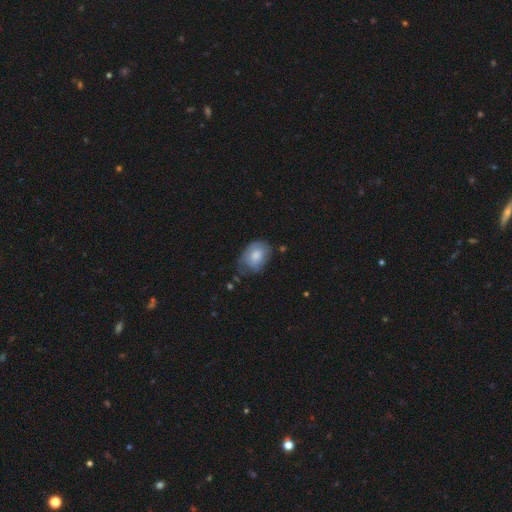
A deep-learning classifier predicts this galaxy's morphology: smooth-or-featured: smooth: 66% | featured or disk: 28% | star or artifact: 7%
  how-rounded: in between: 76% | round: 23% | cigar-shaped: 1%
  merging: none: 46% | minor disturbance: 36% | major disturbance: 15% | merger: 2%